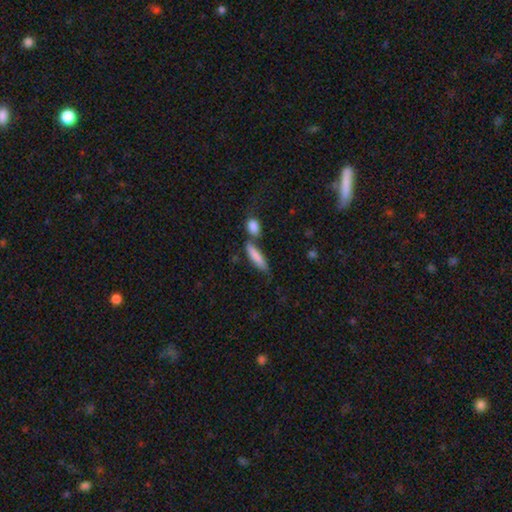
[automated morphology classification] smooth-or-featured: smooth: 81% | featured or disk: 12% | star or artifact: 6%
  how-rounded: cigar-shaped: 69% | in between: 28% | round: 3%
  merging: none: 58% | merger: 23% | minor disturbance: 14% | major disturbance: 5%